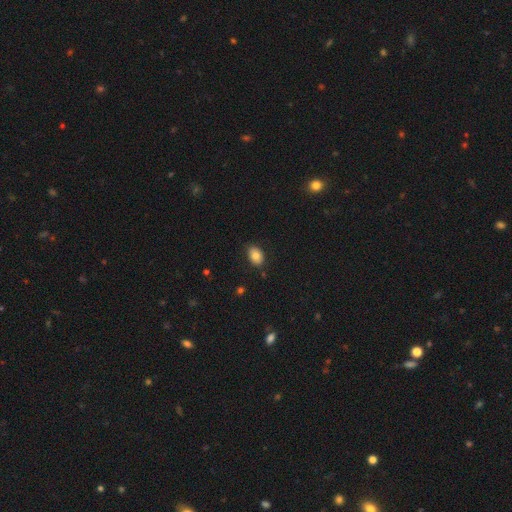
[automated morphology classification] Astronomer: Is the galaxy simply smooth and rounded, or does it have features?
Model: smooth — 83%.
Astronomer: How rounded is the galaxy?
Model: in between — 80%.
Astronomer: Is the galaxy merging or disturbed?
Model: none — 84%.